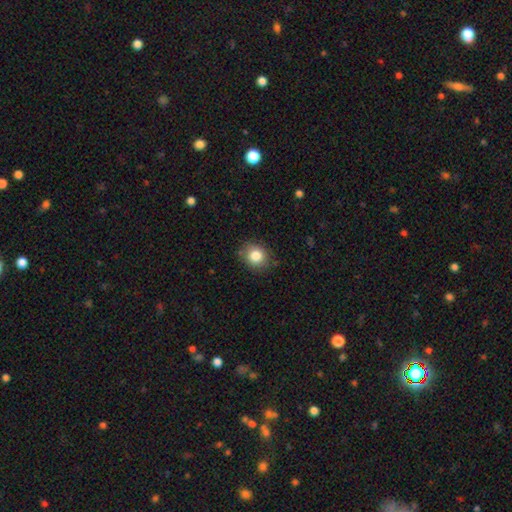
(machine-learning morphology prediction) The model was most divided on "how rounded": round: 74%, in between: 26%, cigar-shaped: 1%. More confident: smooth or featured — smooth (83%); merging — none (83%).